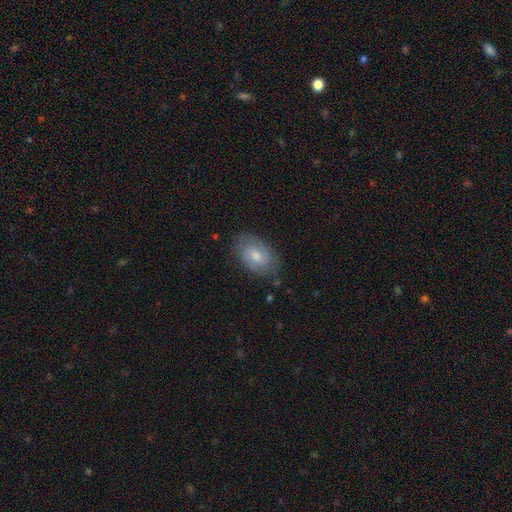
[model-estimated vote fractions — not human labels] A smooth galaxy with no disk features (49%). Merging: none (77%).